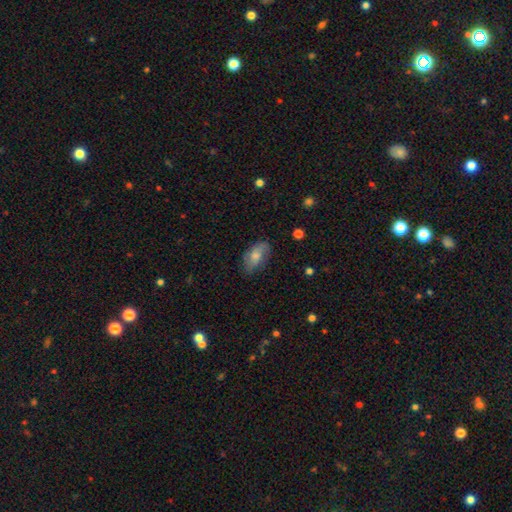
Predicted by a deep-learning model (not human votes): Smooth or featured?
  - smooth: 69% *
  - featured or disk: 23%
  - star or artifact: 7%
How rounded?
  - in between: 91% *
  - round: 5%
  - cigar-shaped: 5%
Merging?
  - none: 70% *
  - minor disturbance: 22%
  - major disturbance: 6%
  - merger: 2%